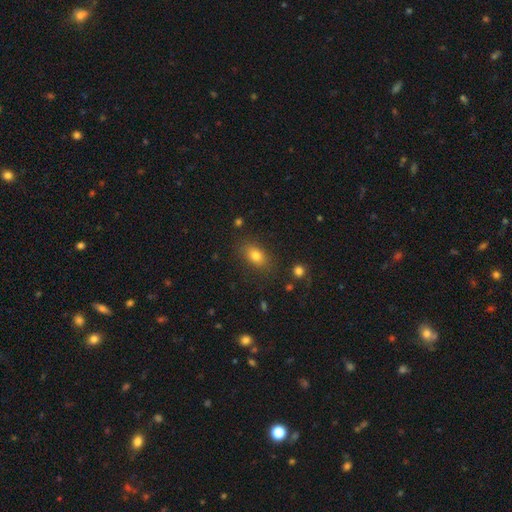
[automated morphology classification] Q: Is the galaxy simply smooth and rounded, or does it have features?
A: smooth — 77%.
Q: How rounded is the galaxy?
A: in between — 79%.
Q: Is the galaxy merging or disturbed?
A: none — 83%.